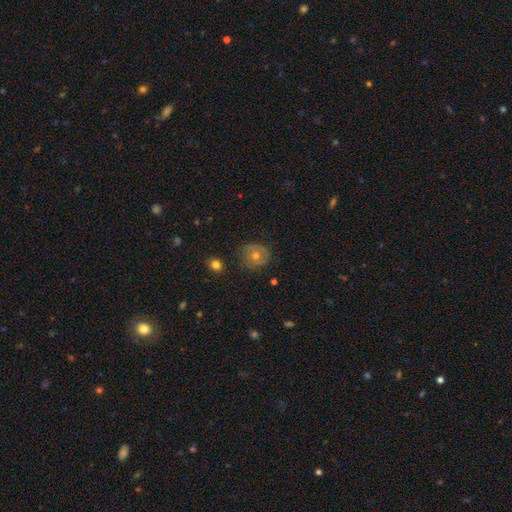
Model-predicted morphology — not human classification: This appears to be a smooth galaxy with no disk features (43%). Merging: none (75%).